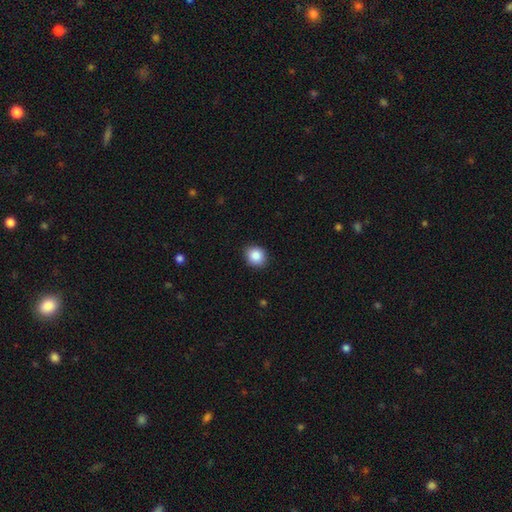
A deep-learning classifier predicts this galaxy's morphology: smooth 88%, star or artifact 8%, featured or disk 4%. Down the decision tree: how rounded — round (74%); merging — none (89%).